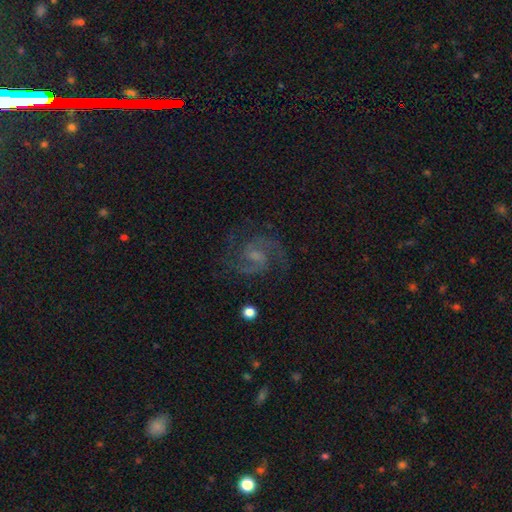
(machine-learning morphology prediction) The model was most divided on "bulge size": small: 49%, moderate: 25%, none: 23%, large: 3%, dominant: 1%. More confident: spiral arms — yes (98%); edge-on disk — no (98%); spiral arm count — 2 (90%); smooth or featured — featured or disk (89%); merging — none (78%); spiral winding — medium (65%); bar — weak (55%).